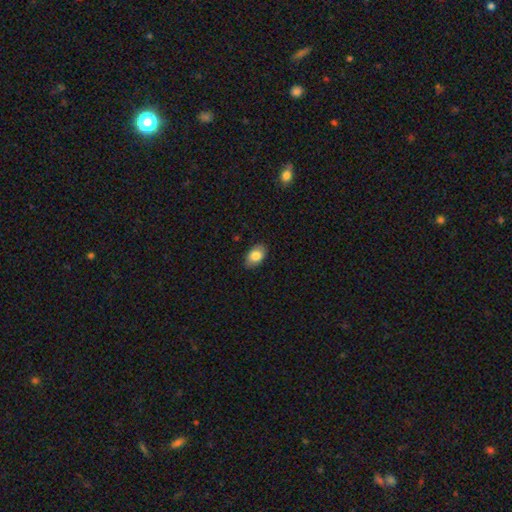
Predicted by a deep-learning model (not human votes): A smooth galaxy with no disk features (83%) that is in between round and cigar-shaped (89%). Merging: none (84%).